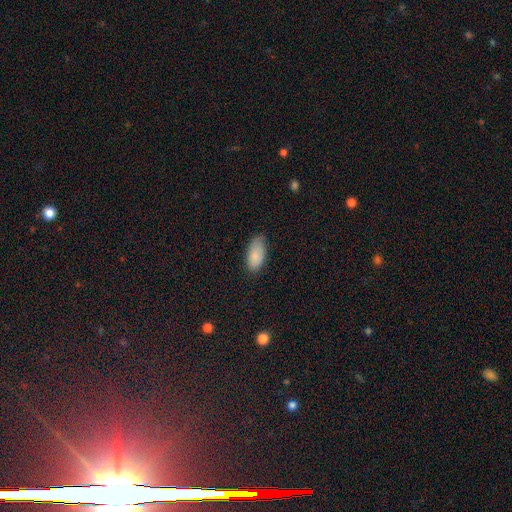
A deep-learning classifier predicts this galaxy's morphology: type=smooth (85%); roundness=in between (93%); merging=none (66%).